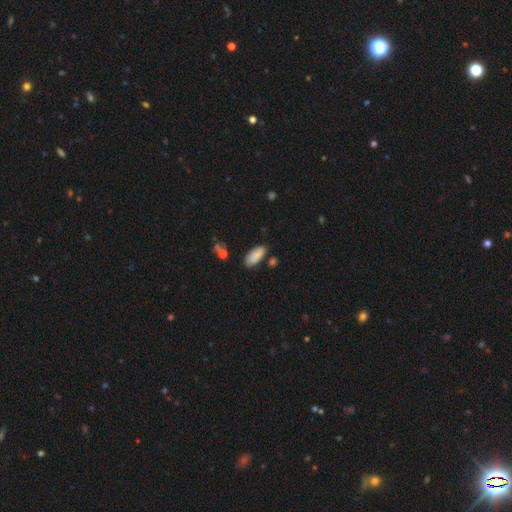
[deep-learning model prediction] Smooth or featured?
  - smooth: 86% *
  - featured or disk: 7%
  - star or artifact: 7%
How rounded?
  - in between: 85% *
  - cigar-shaped: 13%
  - round: 2%
Merging?
  - none: 74% *
  - minor disturbance: 16%
  - merger: 6%
  - major disturbance: 4%